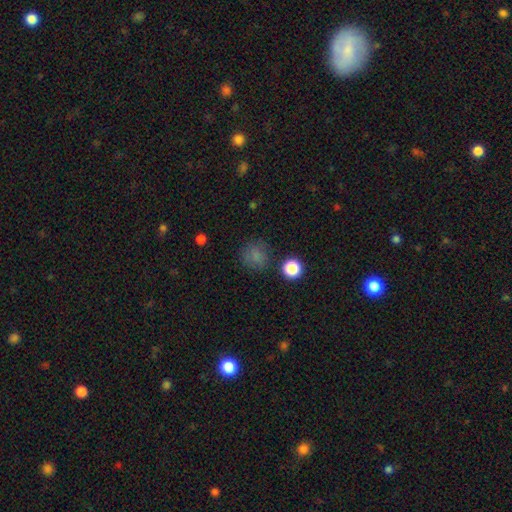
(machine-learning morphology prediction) Q: Smooth or featured?
A: smooth (77%); runner-up: star or artifact (17%)
Q: How rounded?
A: round (85%); runner-up: in between (14%)
Q: Merging?
A: none (78%); runner-up: minor disturbance (14%)